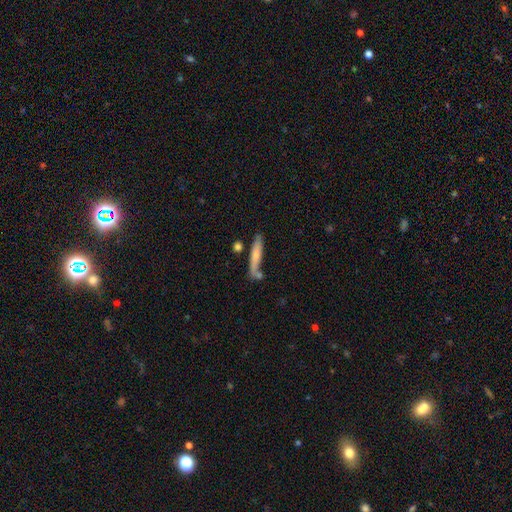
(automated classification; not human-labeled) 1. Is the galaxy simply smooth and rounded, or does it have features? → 61% smooth, 33% featured or disk, 6% star or artifact.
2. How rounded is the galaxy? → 88% cigar-shaped, 10% in between, 2% round.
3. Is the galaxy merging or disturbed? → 61% none, 19% minor disturbance, 13% merger, 7% major disturbance.